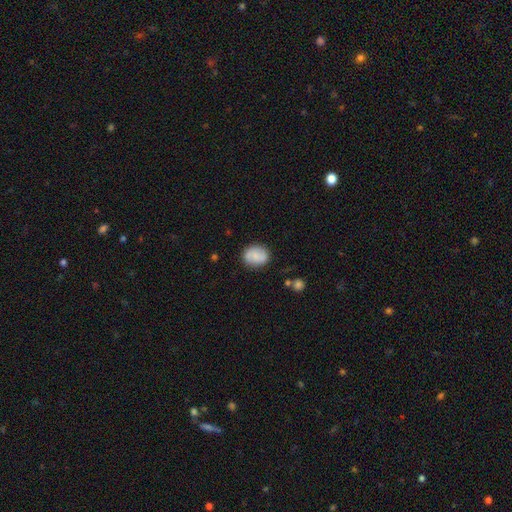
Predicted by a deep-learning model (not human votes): Q: Smooth or featured?
A: smooth (68%); runner-up: featured or disk (25%)
Q: How rounded?
A: round (52%); runner-up: in between (47%)
Q: Merging?
A: none (79%); runner-up: minor disturbance (15%)